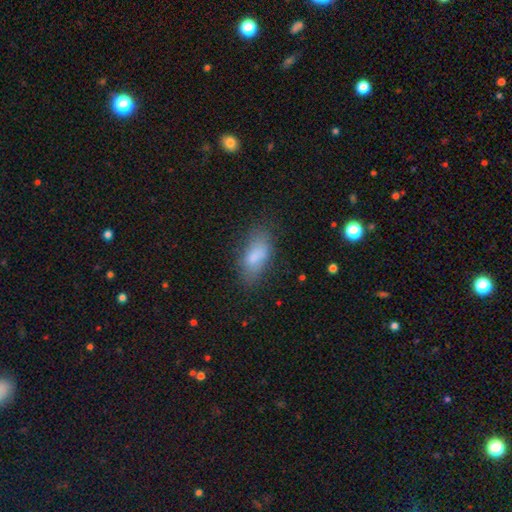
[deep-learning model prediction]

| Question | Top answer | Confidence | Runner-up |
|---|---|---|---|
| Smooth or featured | smooth | 75% | featured or disk (15%) |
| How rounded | in between | 87% | cigar-shaped (9%) |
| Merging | none | 60% | minor disturbance (25%) |